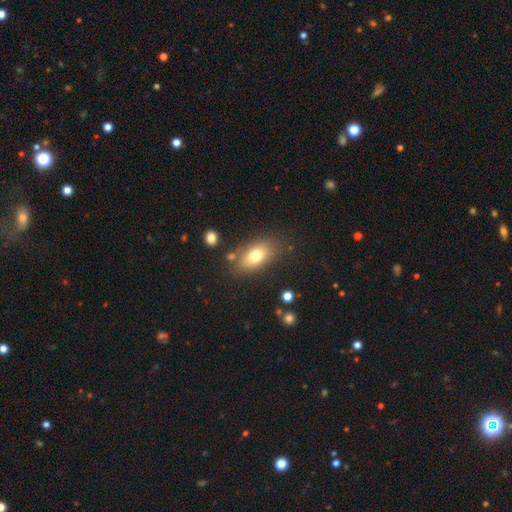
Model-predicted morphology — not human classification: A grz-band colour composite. It shows a smooth galaxy with no disk features (73%) that is in between round and cigar-shaped (85%). Merging: none (76%).